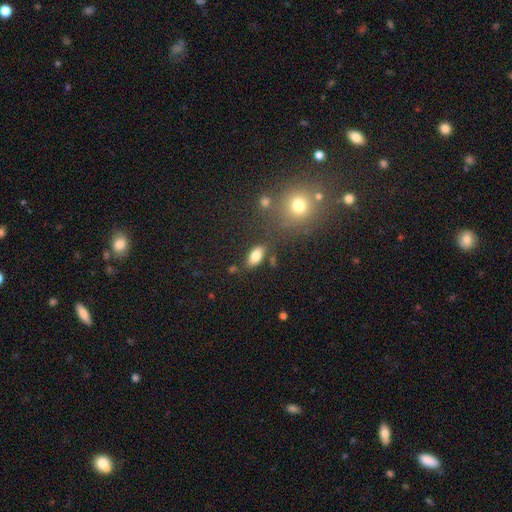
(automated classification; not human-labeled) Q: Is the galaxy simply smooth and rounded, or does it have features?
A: smooth — 81%.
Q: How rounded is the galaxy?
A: in between — 90%.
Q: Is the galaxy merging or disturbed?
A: none — 79%.